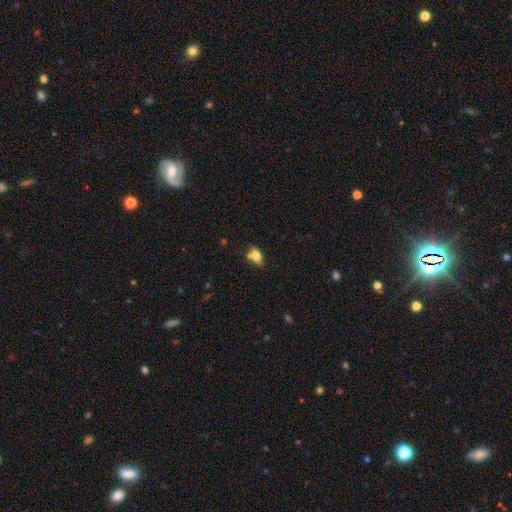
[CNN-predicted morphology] Overall: smooth (74%). How rounded: in between (84%). Merging: none (59%; merger 20%).